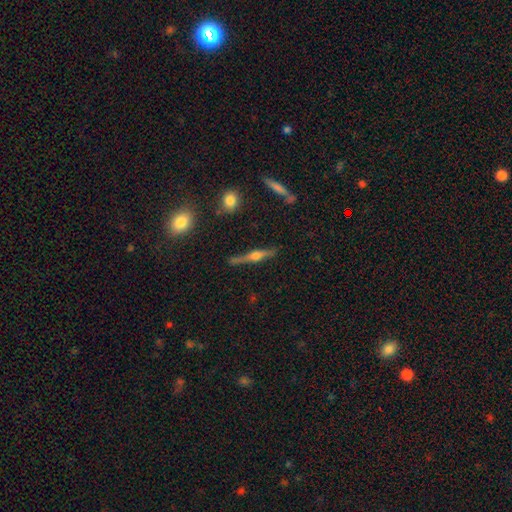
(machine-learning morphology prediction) Smooth or featured?
  - featured or disk: 75% *
  - smooth: 18%
  - star or artifact: 7%
Edge-on disk?
  - yes: 97% *
  - no: 3%
Edge-on bulge?
  - rounded: 91% *
  - boxy: 6%
  - none: 3%
Merging?
  - none: 85% *
  - minor disturbance: 10%
  - major disturbance: 2%
  - merger: 2%